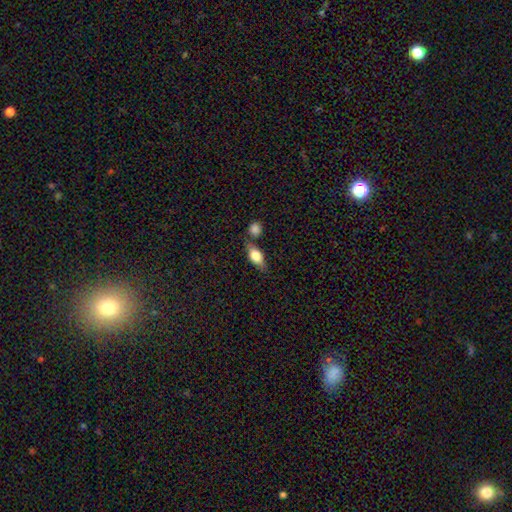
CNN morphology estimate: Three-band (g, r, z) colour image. It shows a smooth galaxy with no disk features (67%) that is in between round and cigar-shaped (75%). Merging: none (64%).